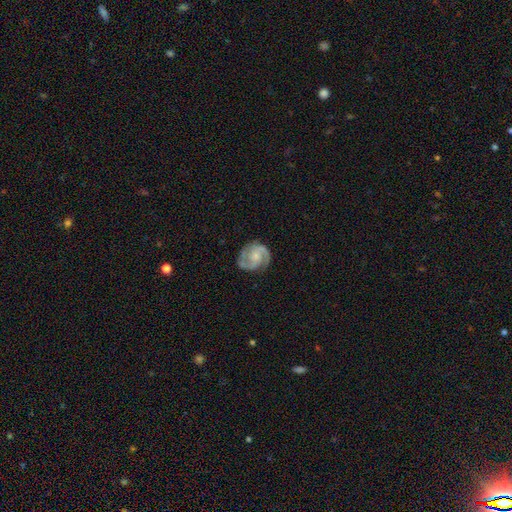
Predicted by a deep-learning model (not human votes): featured or disk 85%, smooth 10%, star or artifact 5%. Down the decision tree: edge-on disk — no (98%); bar — no (62%); spiral arms — yes (97%); spiral arm count — 2 (84%); spiral winding — medium (49%); bulge size — small (46%); merging — none (77%).